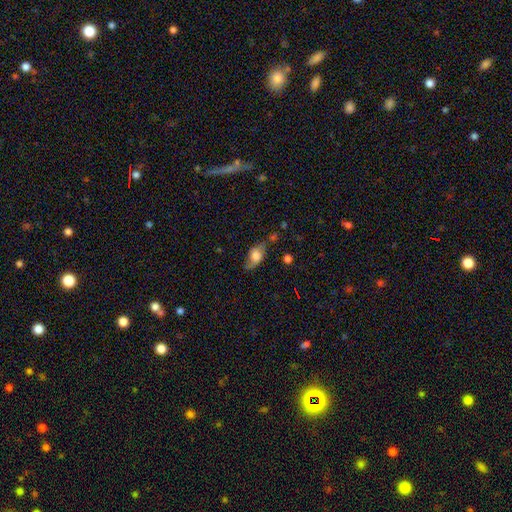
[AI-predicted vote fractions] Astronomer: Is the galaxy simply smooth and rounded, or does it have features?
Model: smooth — 60%.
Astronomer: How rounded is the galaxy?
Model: in between — 81%.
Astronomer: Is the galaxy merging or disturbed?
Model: none — 58%.